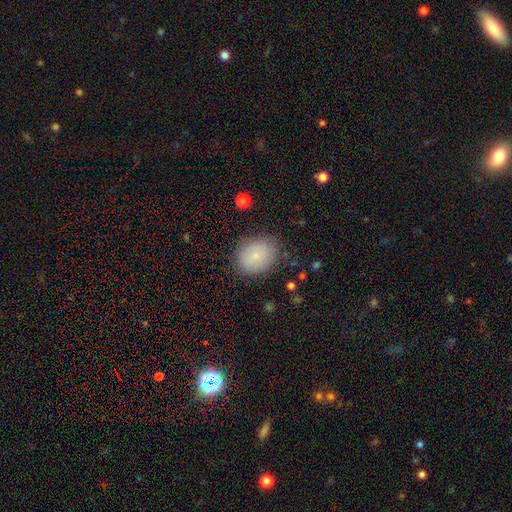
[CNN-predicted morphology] smooth_or_featured: smooth (p=0.80) [alt: featured or disk p=0.11]
how_rounded: in between (p=0.50) [alt: round p=0.49]
merging: none (p=0.81) [alt: minor disturbance p=0.13]